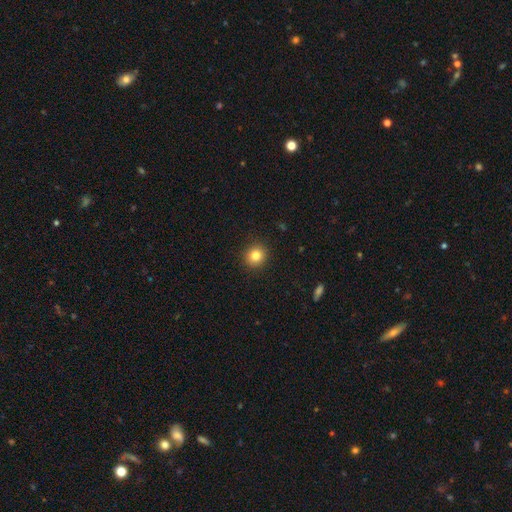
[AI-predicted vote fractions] This appears to be a smooth galaxy with no disk features (83%) that is round (88%). Merging: none (91%).